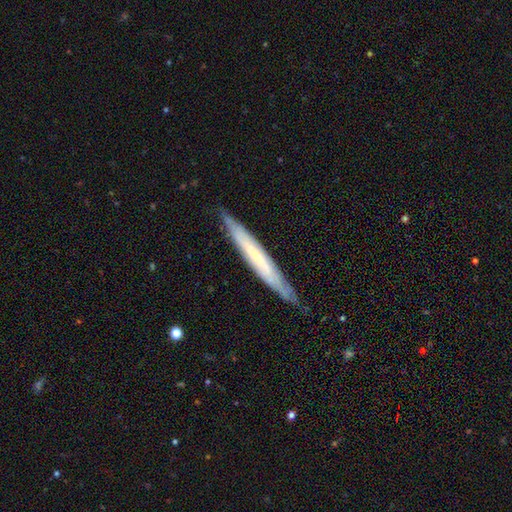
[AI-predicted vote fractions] Morphology: type=featured or disk (60%); edge-on=yes (81%); merging=none (84%).